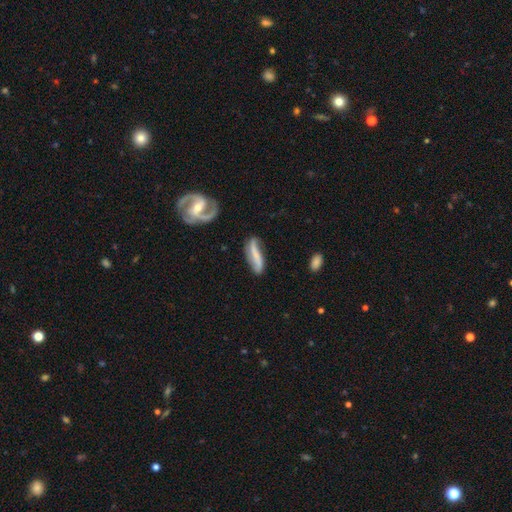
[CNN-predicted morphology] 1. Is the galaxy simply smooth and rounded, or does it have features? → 60% featured or disk, 33% smooth, 7% star or artifact.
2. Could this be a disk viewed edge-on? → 85% no, 15% yes.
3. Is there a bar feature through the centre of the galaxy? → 42% strong, 30% weak, 28% no.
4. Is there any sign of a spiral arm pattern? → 91% yes, 9% no.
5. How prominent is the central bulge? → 43% none, 38% small, 15% moderate, 3% large, 2% dominant.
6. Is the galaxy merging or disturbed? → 66% none, 22% minor disturbance, 8% major disturbance, 4% merger.